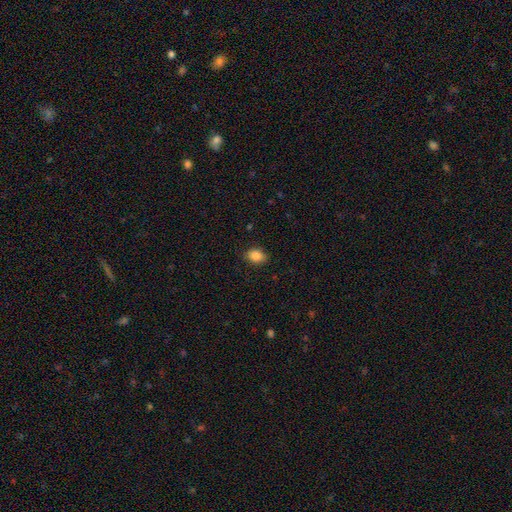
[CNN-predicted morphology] smooth 86%, star or artifact 9%, featured or disk 5%. Down the decision tree: how rounded — in between (67%); merging — none (86%).